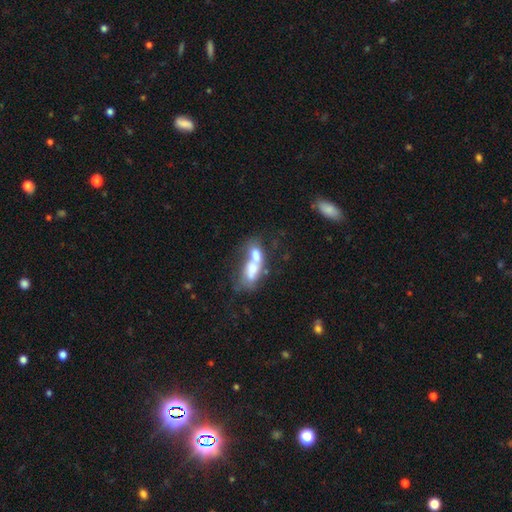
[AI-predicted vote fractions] Overall: smooth (56%; featured or disk 35%). How rounded: in between (75%). Merging: merger (73%).